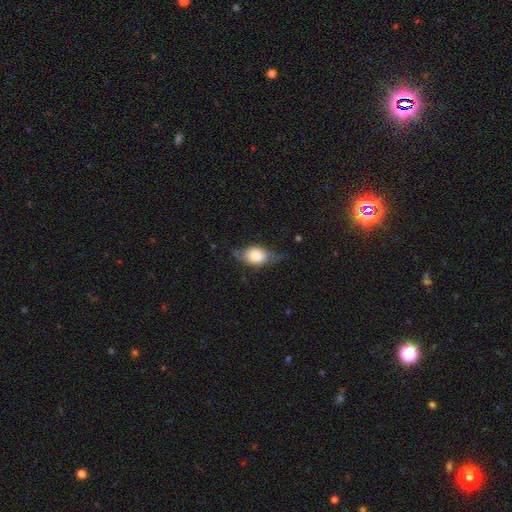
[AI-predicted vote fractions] Q: Smooth or featured?
A: smooth (52%); runner-up: featured or disk (40%)
Q: How rounded?
A: in between (73%); runner-up: round (22%)
Q: Merging?
A: none (55%); runner-up: minor disturbance (31%)